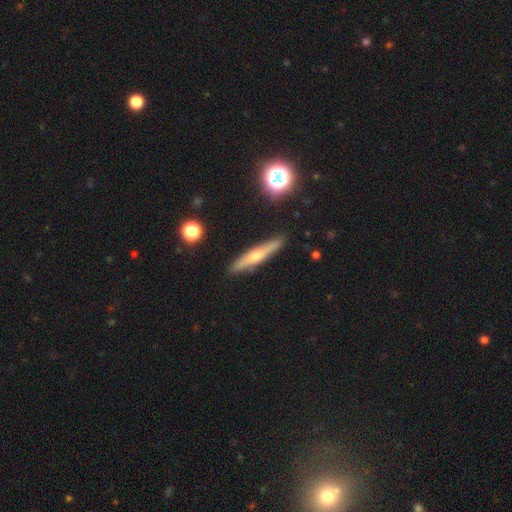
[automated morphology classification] A featured or disk galaxy (55%) viewed edge-on (94%) with a rounded central bulge (84%). Merging: none (90%).